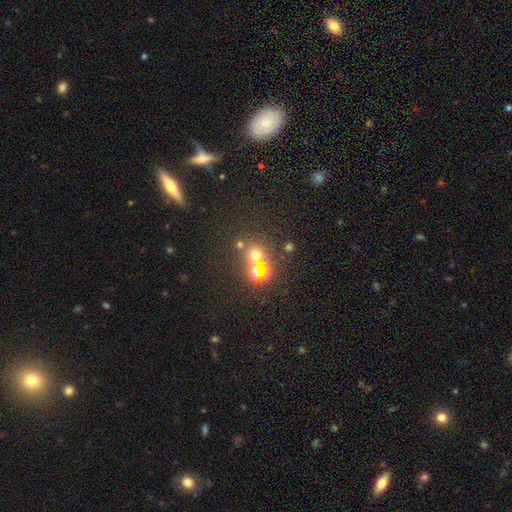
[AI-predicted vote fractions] smooth_or_featured: smooth (p=0.45) [alt: star or artifact p=0.44]
merging: none (p=0.62) [alt: merger p=0.24]